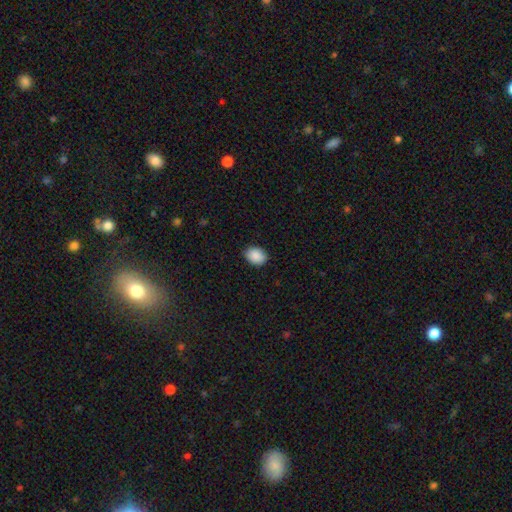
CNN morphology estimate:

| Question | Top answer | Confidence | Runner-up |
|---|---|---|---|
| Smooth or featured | smooth | 89% | star or artifact (8%) |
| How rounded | in between | 60% | round (39%) |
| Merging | none | 84% | minor disturbance (12%) |